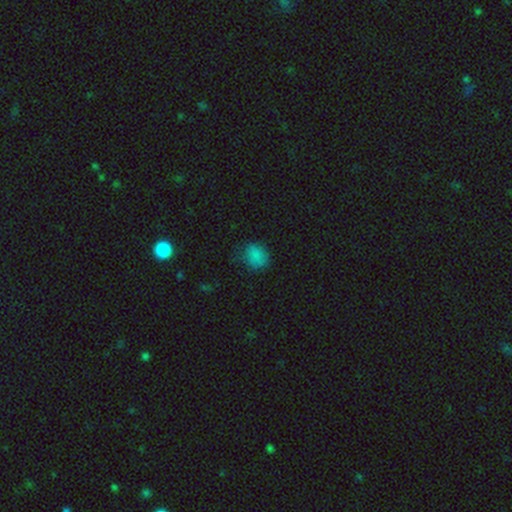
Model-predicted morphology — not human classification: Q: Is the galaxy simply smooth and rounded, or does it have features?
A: smooth — 80%.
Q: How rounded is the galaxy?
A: round — 62%.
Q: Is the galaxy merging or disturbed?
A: none — 63%.